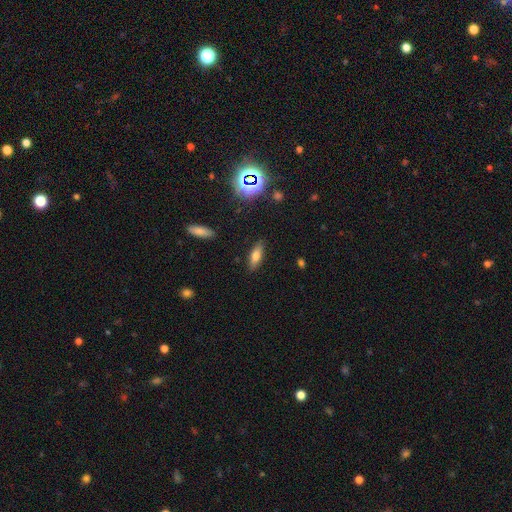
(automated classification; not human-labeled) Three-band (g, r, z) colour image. It shows a smooth galaxy with no disk features (71%) that is in between round and cigar-shaped (61%). Merging: none (86%).